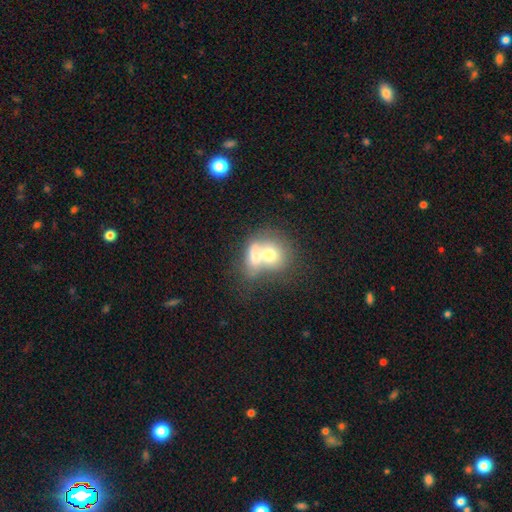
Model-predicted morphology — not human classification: A smooth galaxy with no disk features (66%) that is round (52%). Merging: merger (74%).